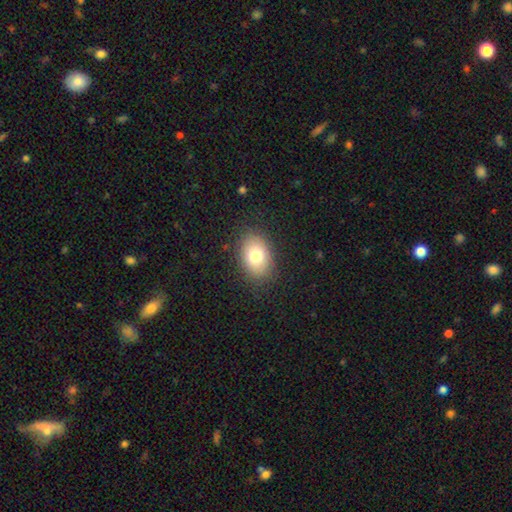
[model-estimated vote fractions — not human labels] smooth 78%, featured or disk 13%, star or artifact 10%. Down the decision tree: how rounded — in between (79%); merging — none (85%).